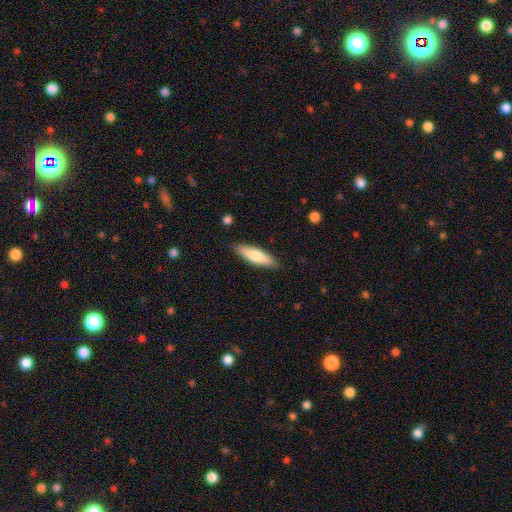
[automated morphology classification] A smooth galaxy with no disk features (72%) that is cigar-shaped (58%). Merging: none (87%).